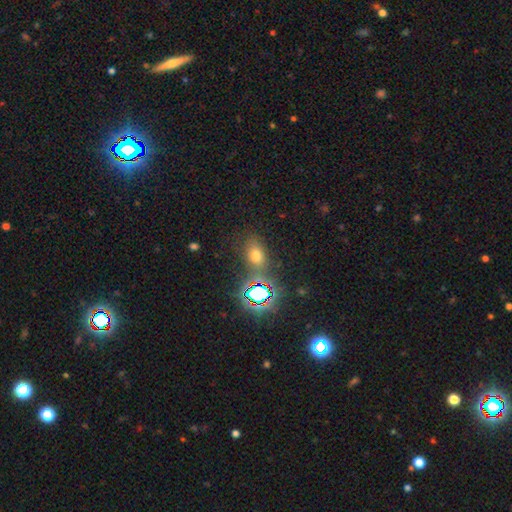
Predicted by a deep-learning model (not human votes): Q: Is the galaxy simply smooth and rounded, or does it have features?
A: smooth — 58%.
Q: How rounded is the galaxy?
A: in between — 74%.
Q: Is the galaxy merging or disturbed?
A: none — 76%.